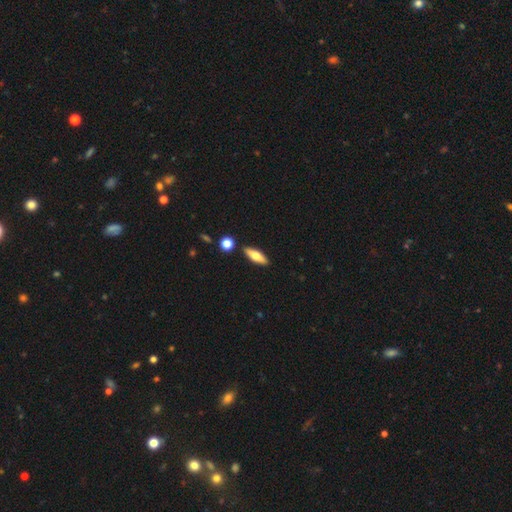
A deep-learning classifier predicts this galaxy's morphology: smooth_or_featured: smooth (p=0.61) [alt: featured or disk p=0.33]
how_rounded: in between (p=0.54) [alt: cigar-shaped p=0.43]
merging: none (p=0.87) [alt: minor disturbance p=0.08]